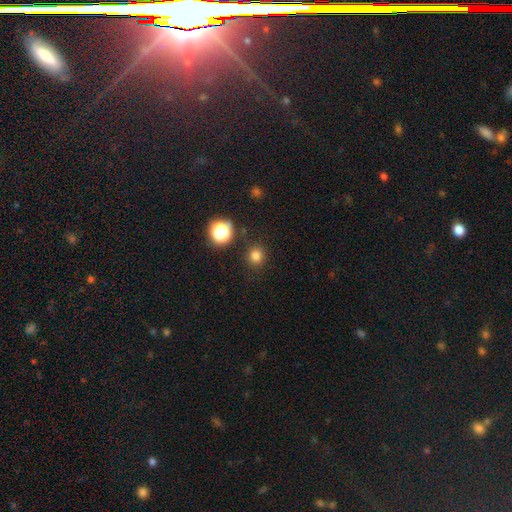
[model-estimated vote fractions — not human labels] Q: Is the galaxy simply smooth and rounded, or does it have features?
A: smooth — 78%.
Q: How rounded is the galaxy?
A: round — 89%.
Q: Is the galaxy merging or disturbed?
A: none — 88%.